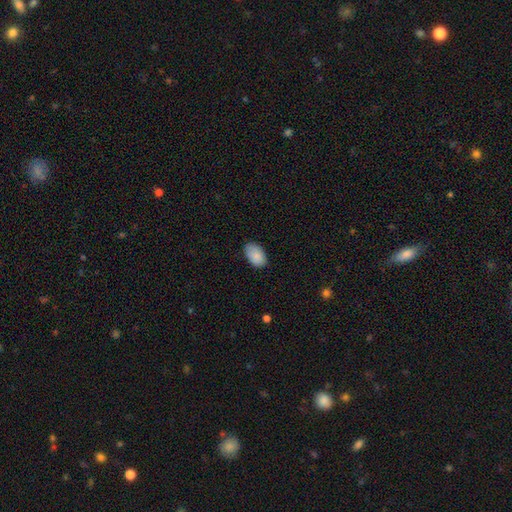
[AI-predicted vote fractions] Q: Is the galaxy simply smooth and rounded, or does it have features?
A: smooth — 87%.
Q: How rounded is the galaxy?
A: in between — 93%.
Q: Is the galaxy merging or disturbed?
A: none — 77%.